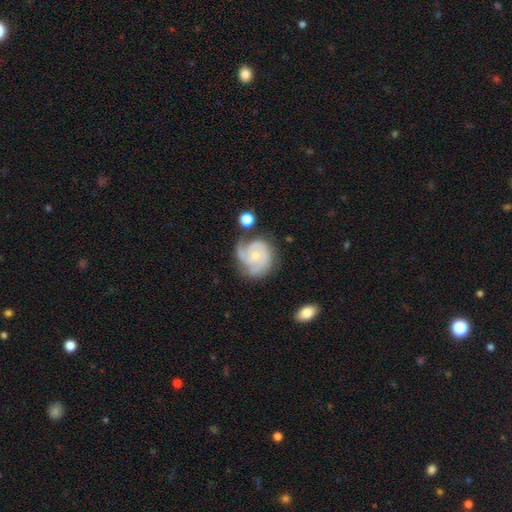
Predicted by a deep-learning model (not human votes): A featured or disk galaxy (85%) with no bar (73%), 3 (44%) tight (59%) spiral arms (97%) and a small central bulge (65%). Merging: none (63%).